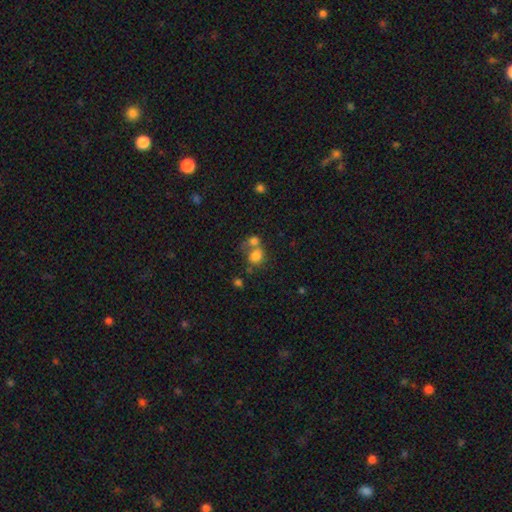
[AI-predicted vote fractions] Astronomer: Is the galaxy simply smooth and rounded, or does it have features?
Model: smooth — 78%.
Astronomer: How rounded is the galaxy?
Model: round — 70%.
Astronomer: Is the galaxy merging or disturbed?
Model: merger — 49% (runner-up: none, 35%).